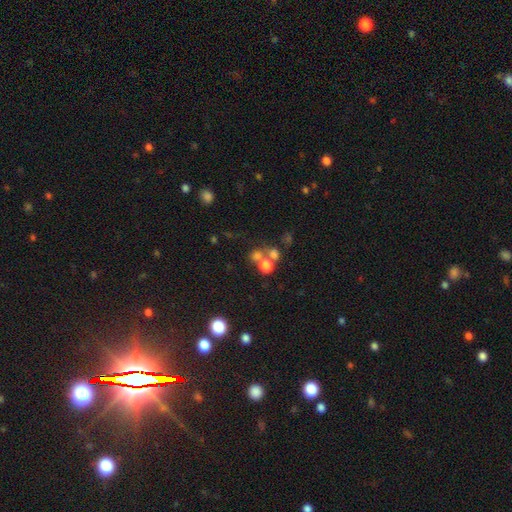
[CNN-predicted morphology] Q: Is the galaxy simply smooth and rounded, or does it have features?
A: star or artifact — 57%.